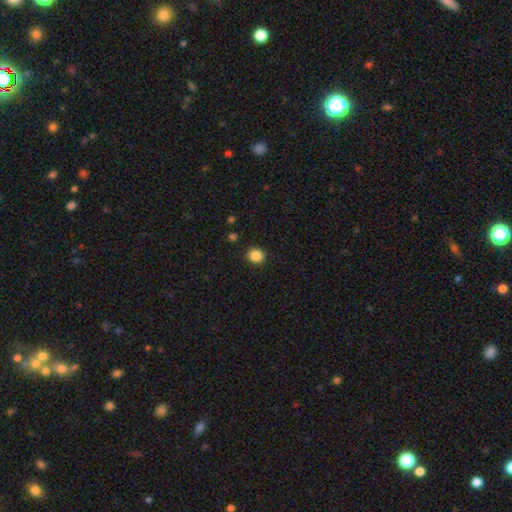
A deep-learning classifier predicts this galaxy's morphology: Smooth or featured? Predicted: smooth (p=0.86). How rounded? Predicted: round (p=0.84). Merging? Predicted: none (p=0.90).